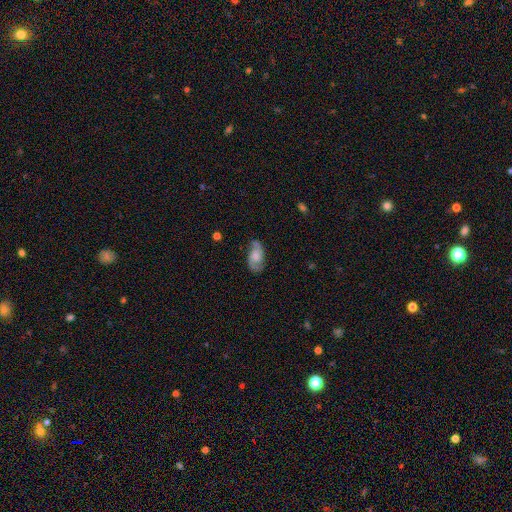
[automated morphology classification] The model was most divided on "bulge size": moderate: 29%, none: 25%, large: 23%, small: 19%, dominant: 3%. Remaining: edge-on disk — no (95%); spiral arms — yes (93%); spiral arm count — 2 (89%); merging — none (75%); smooth or featured — featured or disk (70%); bar — no (63%); spiral winding — medium (48%).